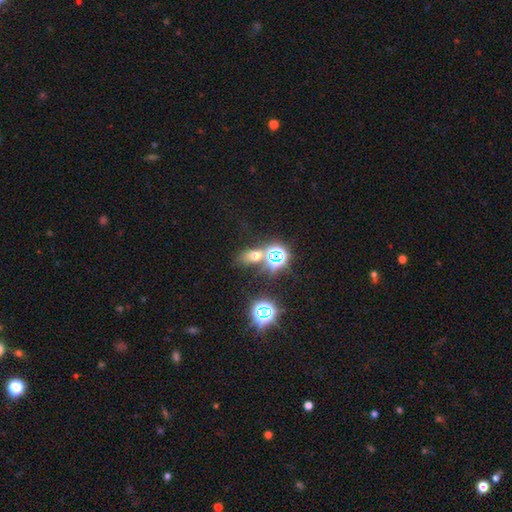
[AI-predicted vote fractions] smooth_or_featured: smooth (p=0.48) [alt: star or artifact p=0.41]
merging: none (p=0.60) [alt: merger p=0.23]